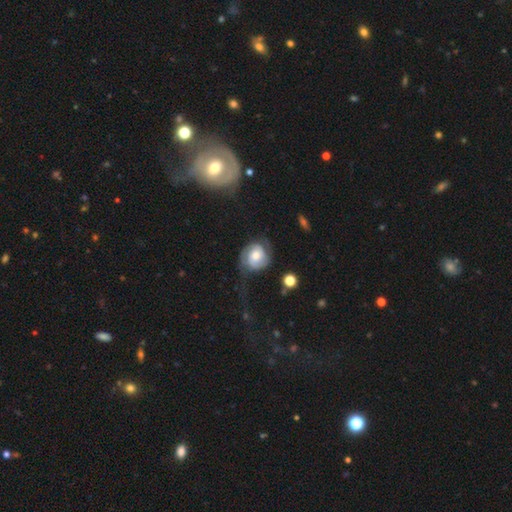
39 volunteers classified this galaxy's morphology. Smooth or featured? featured or disk (69%)
Edge-on disk? no (100%)
Bar? no (63%)
Spiral arms? yes (85%)
Spiral winding? tight (39%)
Spiral arm count? 2 (74%)
Bulge size? moderate (63%)
Merging? none (46%)